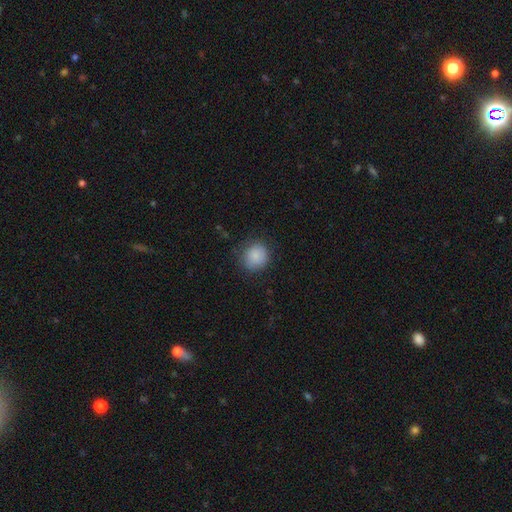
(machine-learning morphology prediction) A smooth galaxy with no disk features (86%) that is round (85%). Merging: none (80%).